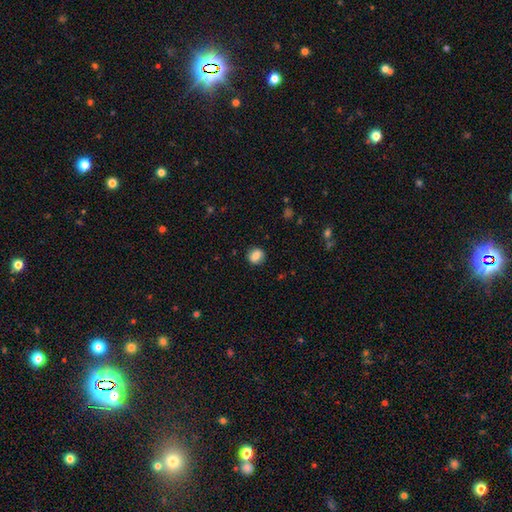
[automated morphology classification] smooth-or-featured: smooth: 79% | featured or disk: 12% | star or artifact: 9%
  how-rounded: round: 79% | in between: 20% | cigar-shaped: 1%
  merging: none: 88% | minor disturbance: 9% | major disturbance: 2% | merger: 1%